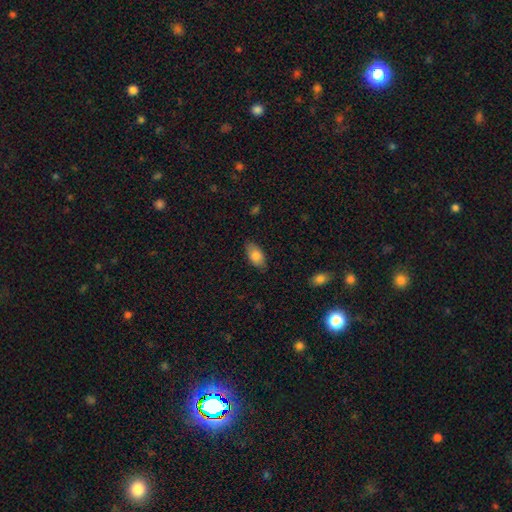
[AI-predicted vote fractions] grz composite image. It shows a smooth galaxy with no disk features (82%) that is in between round and cigar-shaped (92%). Merging: none (84%).